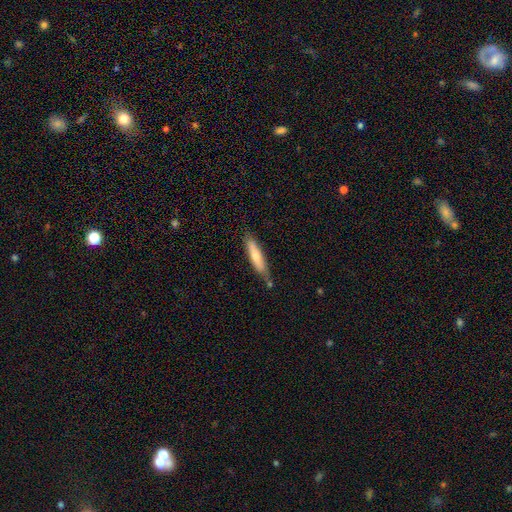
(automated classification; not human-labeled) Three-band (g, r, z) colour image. It shows a smooth galaxy with no disk features (68%) that is cigar-shaped (85%). Merging: none (70%).